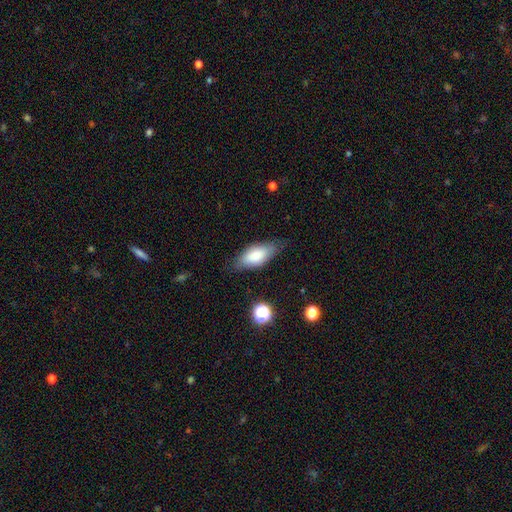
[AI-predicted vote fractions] smooth_or_featured: smooth (p=0.79) [alt: featured or disk p=0.14]
how_rounded: in between (p=0.82) [alt: cigar-shaped p=0.15]
merging: none (p=0.74) [alt: minor disturbance p=0.19]